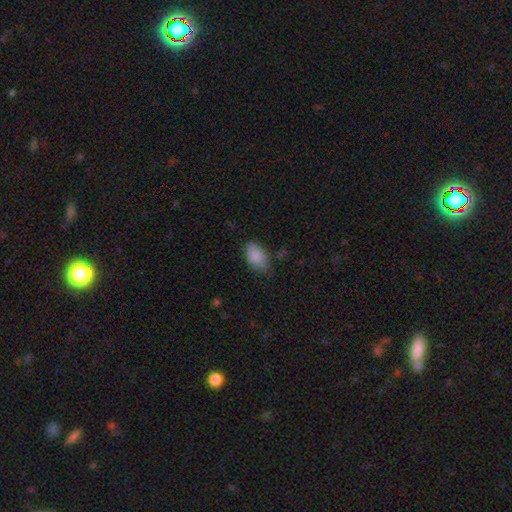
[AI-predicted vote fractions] Q: Smooth or featured?
A: smooth (88%); runner-up: star or artifact (7%)
Q: How rounded?
A: in between (92%); runner-up: round (6%)
Q: Merging?
A: none (70%); runner-up: minor disturbance (23%)